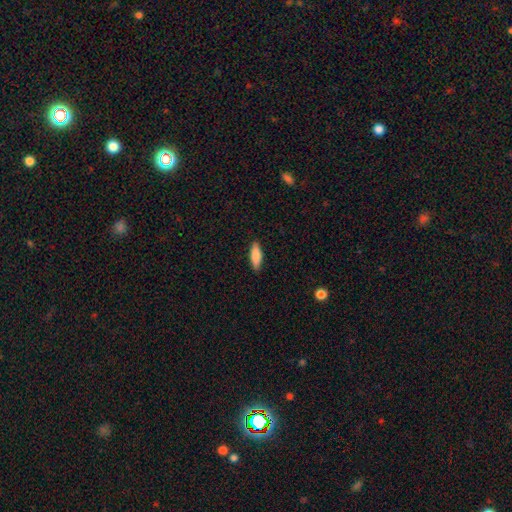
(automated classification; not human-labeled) smooth 82%, featured or disk 12%, star or artifact 6%. Down the decision tree: how rounded — in between (54%); merging — none (87%).